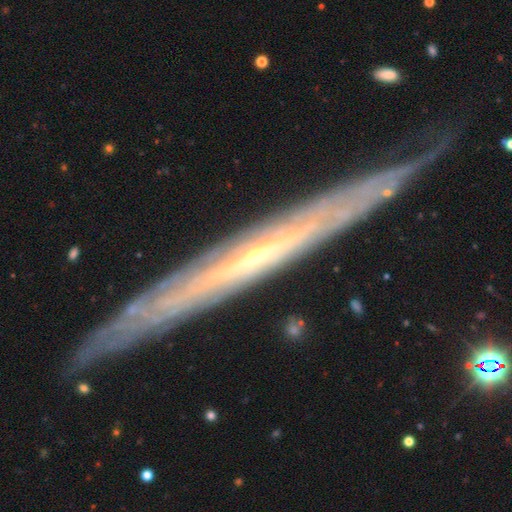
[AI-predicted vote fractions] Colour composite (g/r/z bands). It shows a featured or disk galaxy (80%) viewed edge-on (83%) with no central bulge (65%). Merging: none (83%).